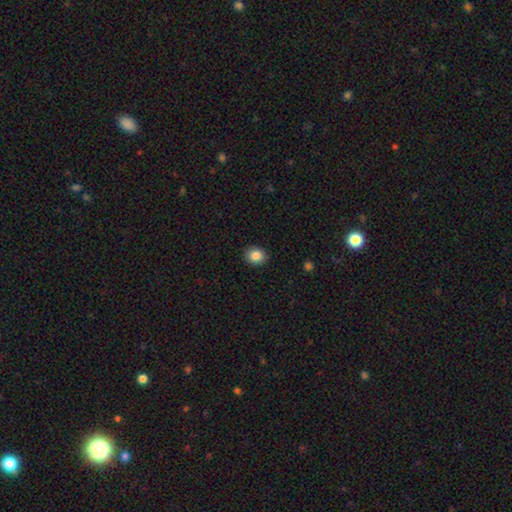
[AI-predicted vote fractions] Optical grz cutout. It shows a smooth galaxy with no disk features (85%) that is round (68%). Merging: none (90%).